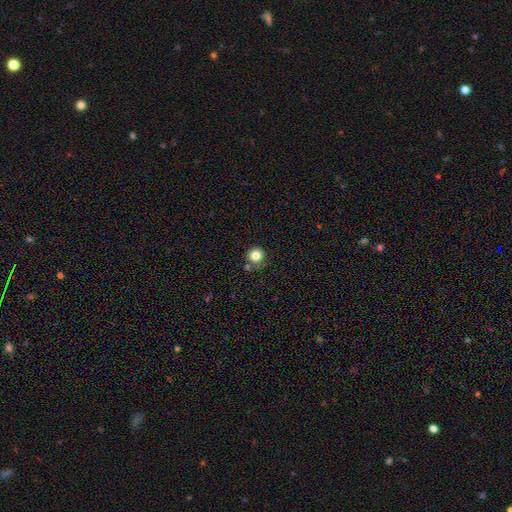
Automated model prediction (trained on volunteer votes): smooth 81%, star or artifact 12%, featured or disk 7%. Down the decision tree: how rounded — round (93%); merging — none (78%).